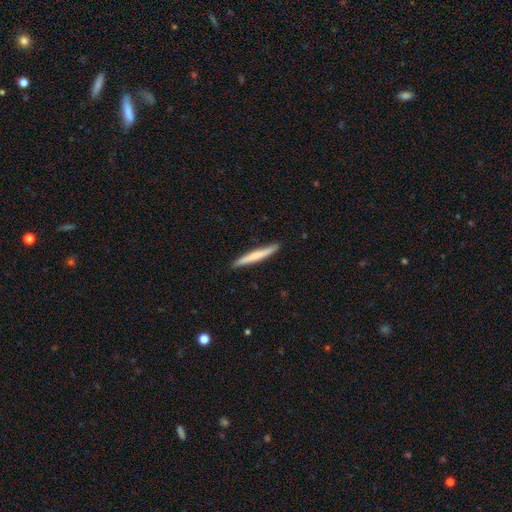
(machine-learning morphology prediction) smooth-or-featured: smooth: 63% | featured or disk: 32% | star or artifact: 5%
  how-rounded: cigar-shaped: 96% | in between: 3% | round: 1%
  merging: none: 91% | minor disturbance: 7% | major disturbance: 1% | merger: 1%